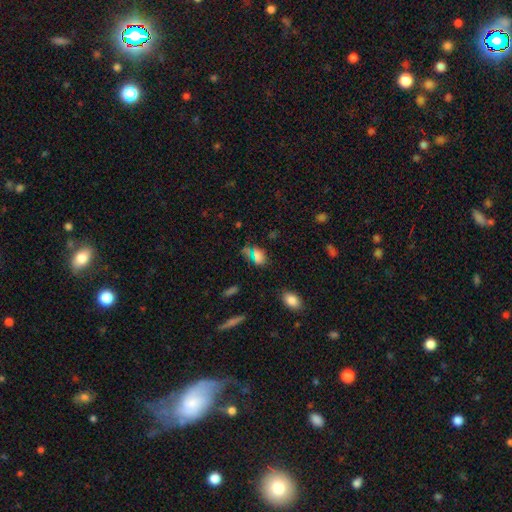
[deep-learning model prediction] smooth-or-featured: smooth: 65% | star or artifact: 26% | featured or disk: 9%
  how-rounded: in between: 74% | round: 22% | cigar-shaped: 4%
  merging: none: 62% | minor disturbance: 17% | merger: 12% | major disturbance: 8%